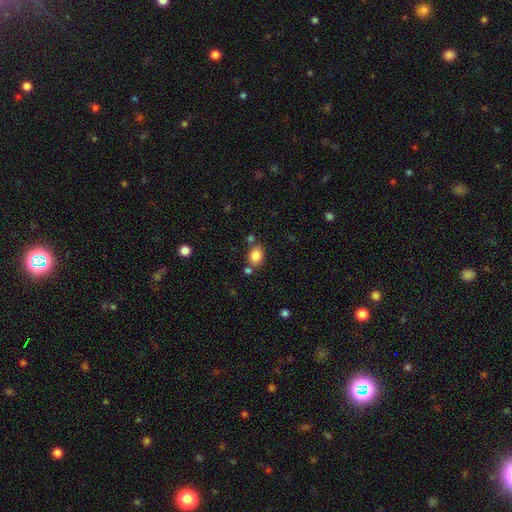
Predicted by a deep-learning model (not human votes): Smooth or featured? smooth (84%)
How rounded? in between (63%)
Merging? none (67%)